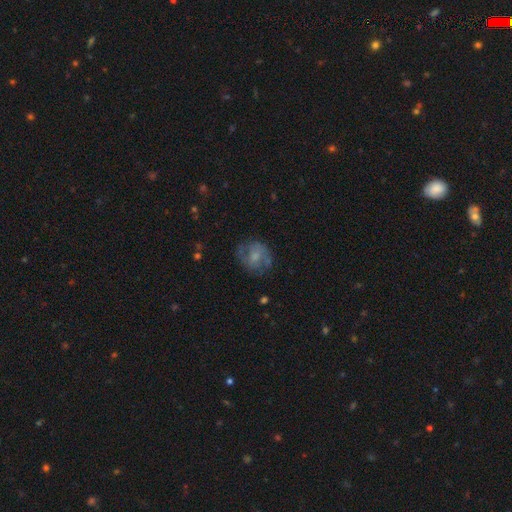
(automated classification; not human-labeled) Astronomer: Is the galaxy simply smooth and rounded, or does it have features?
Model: smooth — 46% (runner-up: featured or disk, 45%).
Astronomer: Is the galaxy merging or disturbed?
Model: none — 62%.